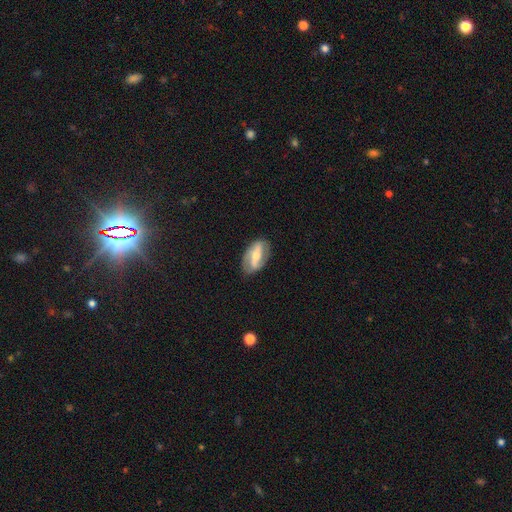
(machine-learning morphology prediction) smooth-or-featured: featured or disk: 71% | smooth: 24% | star or artifact: 6%
  disk-edge-on: no: 90% | yes: 10%
    bar: strong: 61% | weak: 24% | no: 15%
    has-spiral-arms: yes: 72% | no: 28%
    bulge-size: moderate: 56% | small: 37% | large: 4% | none: 2% | dominant: 1%
  merging: none: 81% | minor disturbance: 13% | major disturbance: 4% | merger: 1%